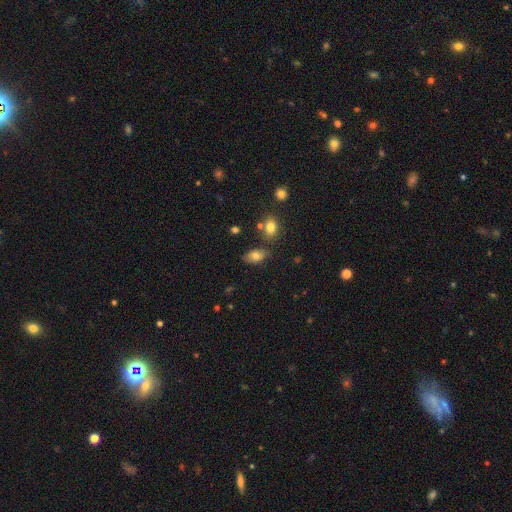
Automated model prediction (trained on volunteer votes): smooth 74%, featured or disk 15%, star or artifact 11%. Down the decision tree: how rounded — in between (89%); merging — none (74%).